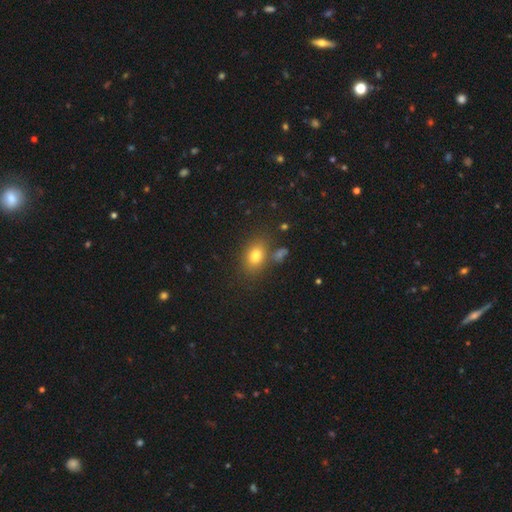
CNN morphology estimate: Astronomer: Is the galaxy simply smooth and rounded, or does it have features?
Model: smooth — 79%.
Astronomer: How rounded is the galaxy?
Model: in between — 76%.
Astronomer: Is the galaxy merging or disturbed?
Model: none — 74%.